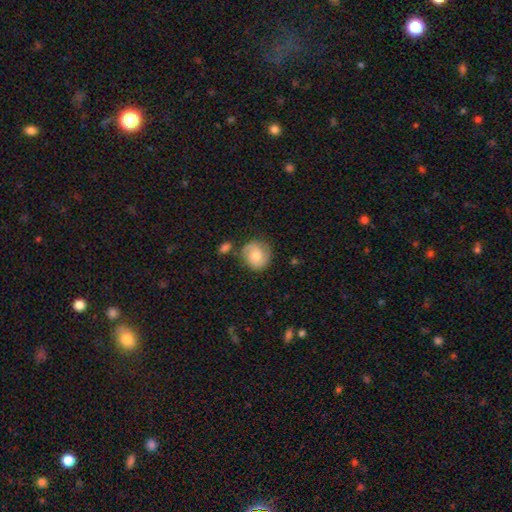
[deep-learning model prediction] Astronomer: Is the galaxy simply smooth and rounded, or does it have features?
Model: featured or disk — 49% (runner-up: smooth, 43%).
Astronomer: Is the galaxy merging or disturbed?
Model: none — 70%.